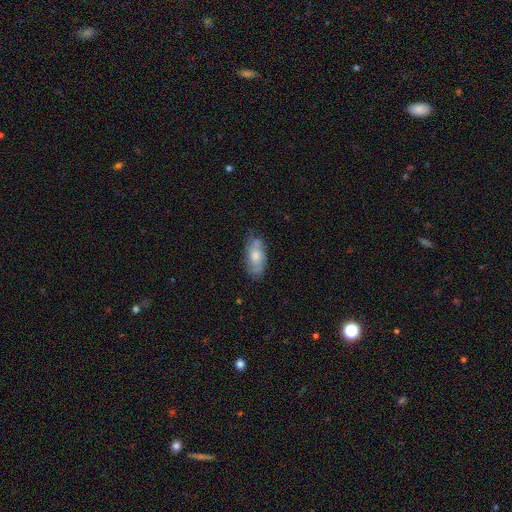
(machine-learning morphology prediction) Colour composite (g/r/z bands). It shows a smooth galaxy with no disk features (54%) that is in between round and cigar-shaped (89%). Merging: none (64%).